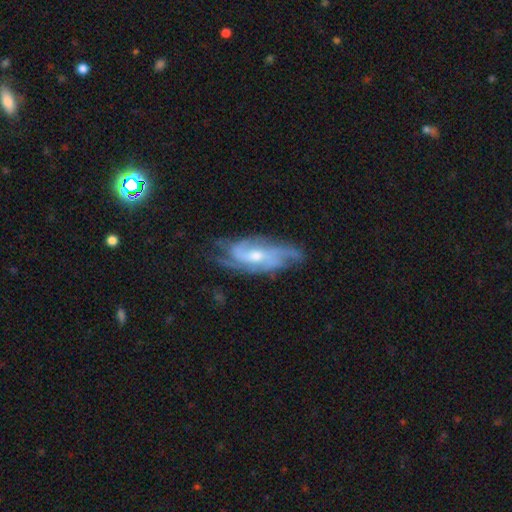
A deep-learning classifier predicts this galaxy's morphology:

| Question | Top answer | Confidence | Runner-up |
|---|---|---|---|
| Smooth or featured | featured or disk | 84% | smooth (10%) |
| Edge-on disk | no | 91% | yes (9%) |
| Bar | no | 53% | weak (37%) |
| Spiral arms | yes | 95% | no (5%) |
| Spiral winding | medium | 44% | tight (36%) |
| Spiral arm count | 3 | 31% | can't tell (24%) |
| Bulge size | moderate | 57% | small (35%) |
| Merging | none | 64% | minor disturbance (23%) |